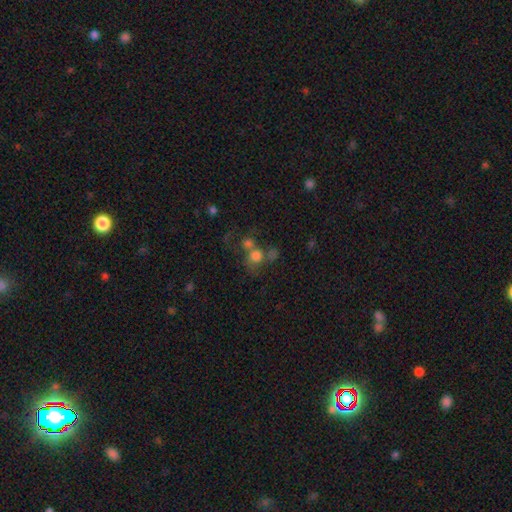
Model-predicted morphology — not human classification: smooth-or-featured: smooth: 70% | featured or disk: 15% | star or artifact: 15%
  how-rounded: round: 80% | in between: 19% | cigar-shaped: 1%
  merging: merger: 47% | none: 33% | major disturbance: 10% | minor disturbance: 10%